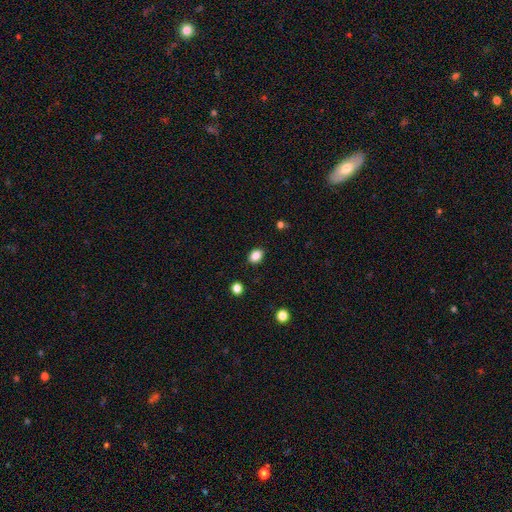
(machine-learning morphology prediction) Smooth or featured? Predicted: smooth (p=0.86). How rounded? Predicted: in between (p=0.71). Merging? Predicted: none (p=0.88).